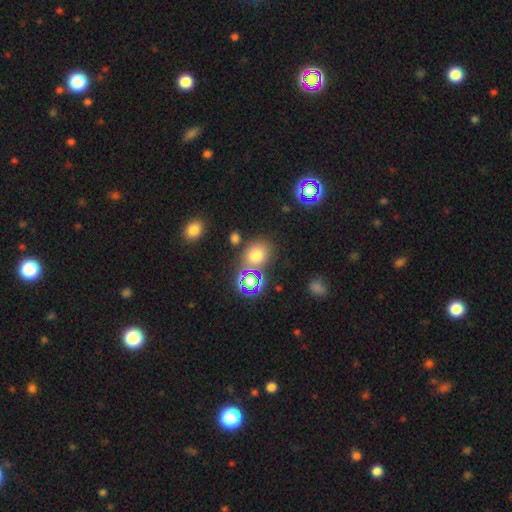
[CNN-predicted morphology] smooth 67%, star or artifact 24%, featured or disk 9%. Down the decision tree: how rounded — round (57%); merging — none (71%).